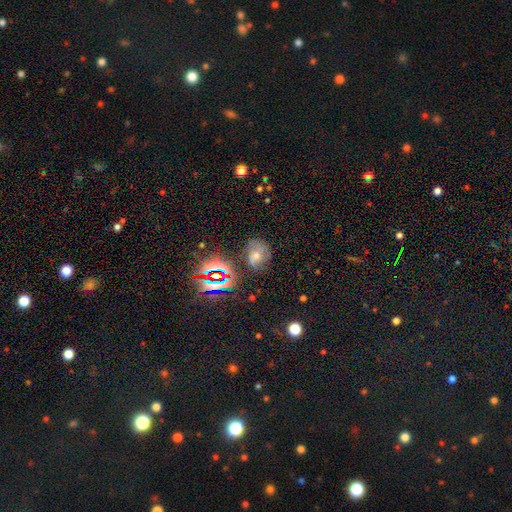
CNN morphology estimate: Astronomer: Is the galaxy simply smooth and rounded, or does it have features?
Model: star or artifact — 44% (runner-up: featured or disk, 32%).